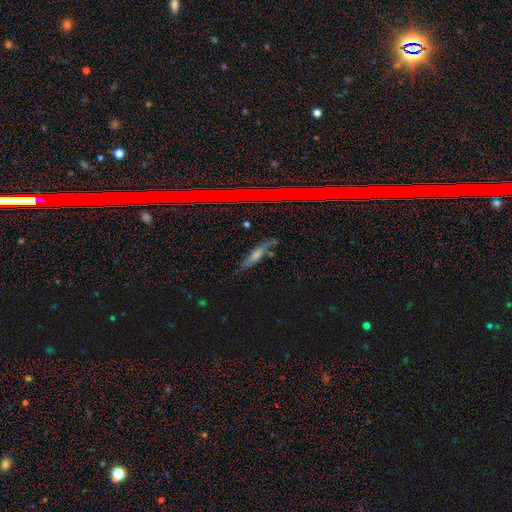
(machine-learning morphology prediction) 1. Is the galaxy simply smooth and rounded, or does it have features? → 42% featured or disk, 36% smooth, 22% star or artifact.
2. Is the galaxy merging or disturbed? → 76% none, 17% minor disturbance, 4% major disturbance, 3% merger.